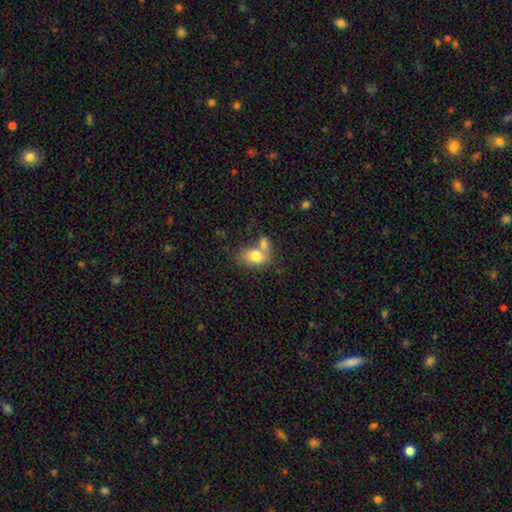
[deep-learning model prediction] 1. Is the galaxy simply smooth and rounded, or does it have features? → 77% smooth, 15% featured or disk, 8% star or artifact.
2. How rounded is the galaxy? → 79% in between, 20% round, 1% cigar-shaped.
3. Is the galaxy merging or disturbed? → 47% merger, 35% none, 13% minor disturbance, 6% major disturbance.